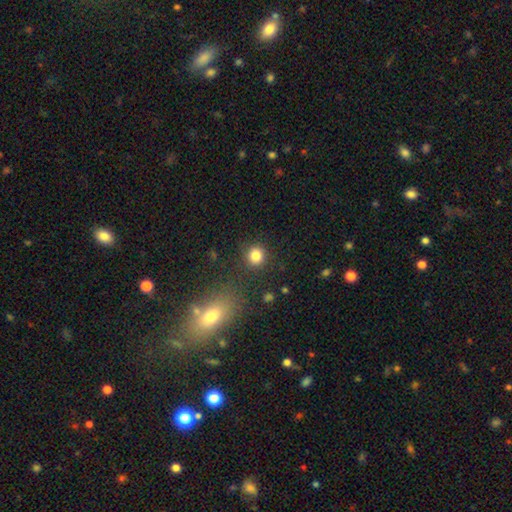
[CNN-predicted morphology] type=smooth (83%); roundness=round (88%); merging=none (86%).